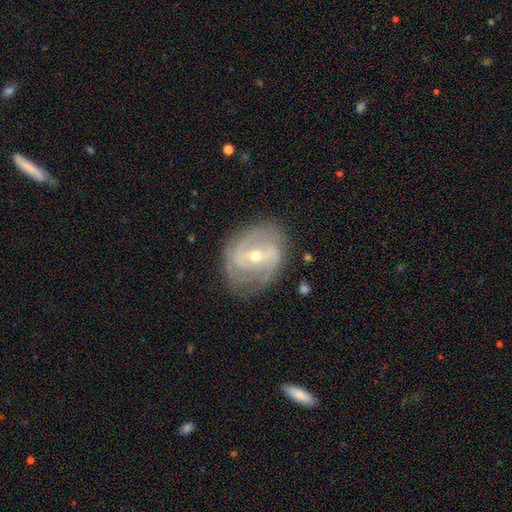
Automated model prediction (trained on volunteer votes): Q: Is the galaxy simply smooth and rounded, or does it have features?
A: featured or disk — 85%.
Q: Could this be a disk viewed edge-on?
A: no — 96%.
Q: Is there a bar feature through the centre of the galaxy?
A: weak — 43%.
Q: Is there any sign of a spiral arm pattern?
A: yes — 91%.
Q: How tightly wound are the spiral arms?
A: tight — 48%.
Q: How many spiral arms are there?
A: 2 — 52%.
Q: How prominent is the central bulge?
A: small — 54%.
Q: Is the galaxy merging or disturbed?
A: none — 72%.